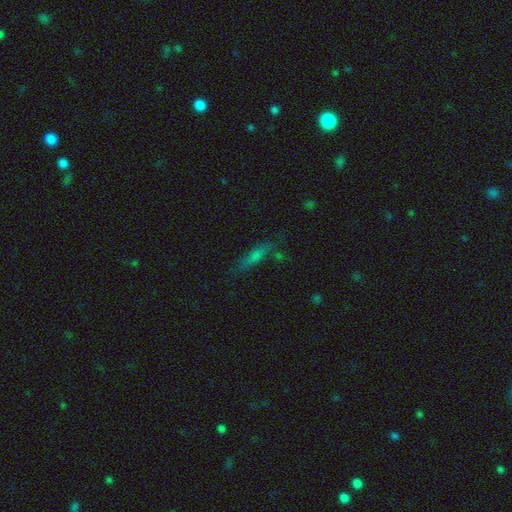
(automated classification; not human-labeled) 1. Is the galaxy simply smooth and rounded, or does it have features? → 53% smooth, 29% featured or disk, 18% star or artifact.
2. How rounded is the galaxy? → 77% cigar-shaped, 19% in between, 3% round.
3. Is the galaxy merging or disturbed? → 72% none, 18% minor disturbance, 6% major disturbance, 4% merger.